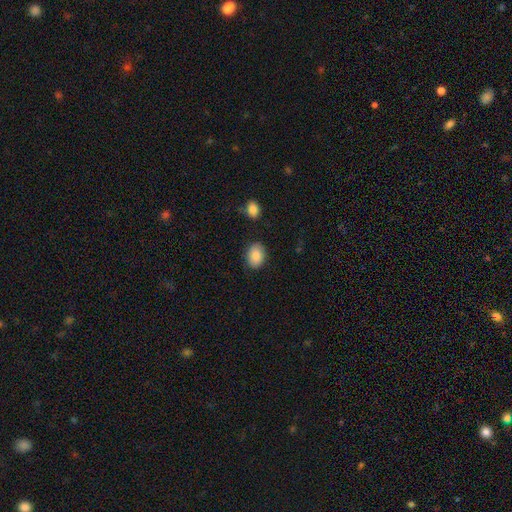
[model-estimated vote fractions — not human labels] Smooth or featured: smooth — 88% (star or artifact — 7%)
How rounded: in between — 73% (round — 26%)
Merging: none — 85% (minor disturbance — 10%)